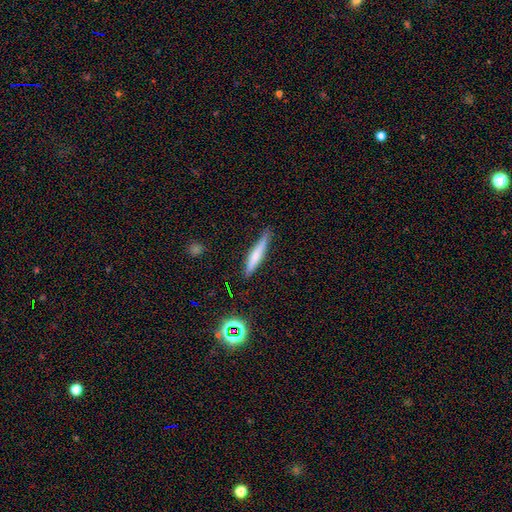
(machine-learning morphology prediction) Smooth or featured?
  - smooth: 59% *
  - featured or disk: 32%
  - star or artifact: 9%
How rounded?
  - cigar-shaped: 92% *
  - in between: 7%
  - round: 2%
Merging?
  - none: 81% *
  - minor disturbance: 15%
  - major disturbance: 3%
  - merger: 2%